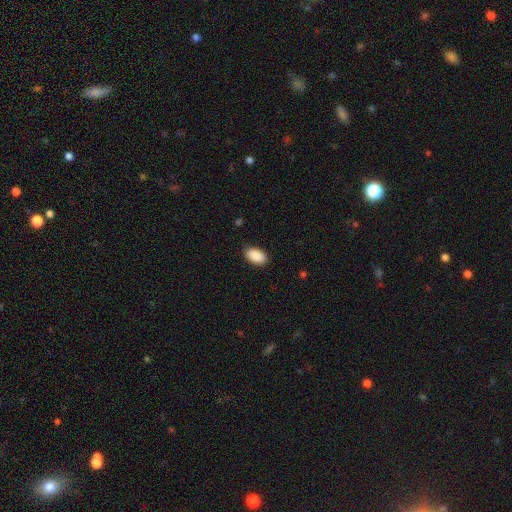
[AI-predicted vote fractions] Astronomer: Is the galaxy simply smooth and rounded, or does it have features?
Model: smooth — 91%.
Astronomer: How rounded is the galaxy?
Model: in between — 94%.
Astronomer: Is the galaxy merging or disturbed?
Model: none — 87%.